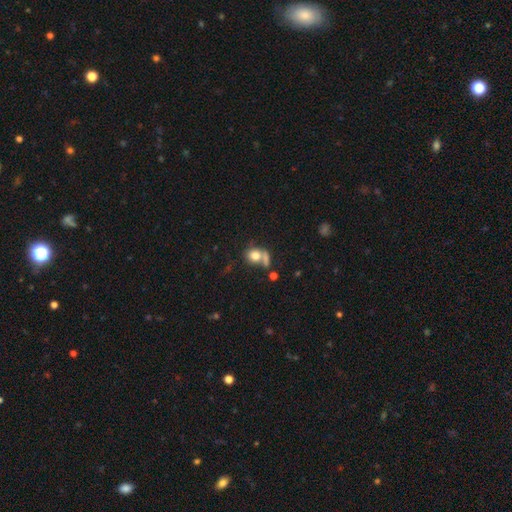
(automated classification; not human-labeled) A smooth galaxy with no disk features (76%) that is round (72%).

Vote fractions:
- Smooth or featured? smooth: 76% / featured or disk: 14% / star or artifact: 10%
- How rounded? round: 72% / in between: 27% / cigar-shaped: 2%
- Merging? none: 41% / merger: 35% / minor disturbance: 13% / major disturbance: 11%